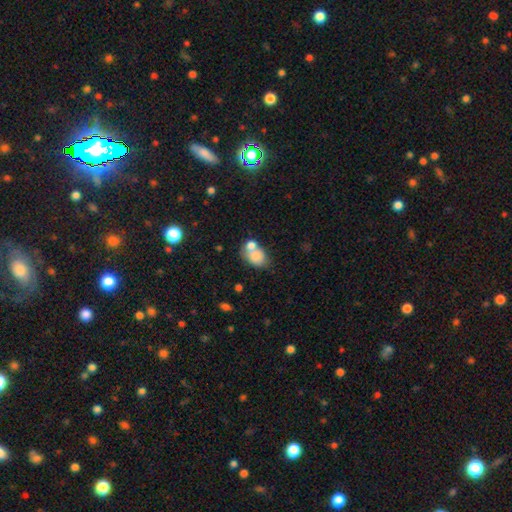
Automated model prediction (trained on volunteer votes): Overall: smooth (77%). How rounded: in between (69%). Merging: merger (41%; none 38%).